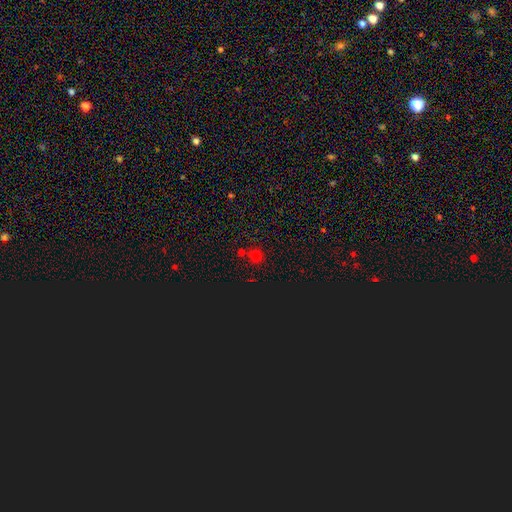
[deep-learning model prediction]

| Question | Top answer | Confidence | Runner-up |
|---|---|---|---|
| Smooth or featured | smooth | 57% | star or artifact (37%) |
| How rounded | round | 88% | in between (10%) |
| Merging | none | 68% | merger (20%) |